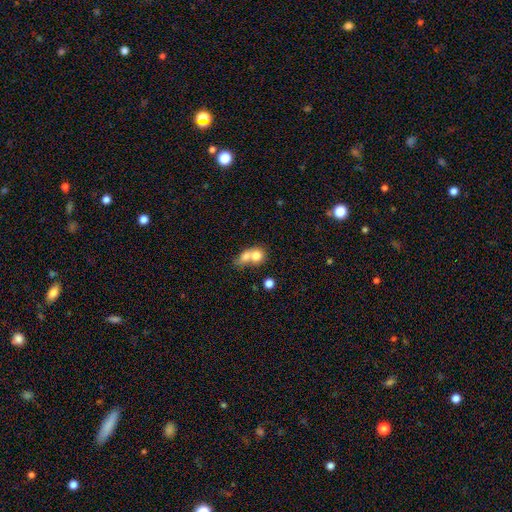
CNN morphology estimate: Smooth or featured?
  - smooth: 74% *
  - featured or disk: 16%
  - star or artifact: 9%
How rounded?
  - round: 65% *
  - in between: 33%
  - cigar-shaped: 2%
Merging?
  - merger: 69% *
  - none: 20%
  - minor disturbance: 6%
  - major disturbance: 5%